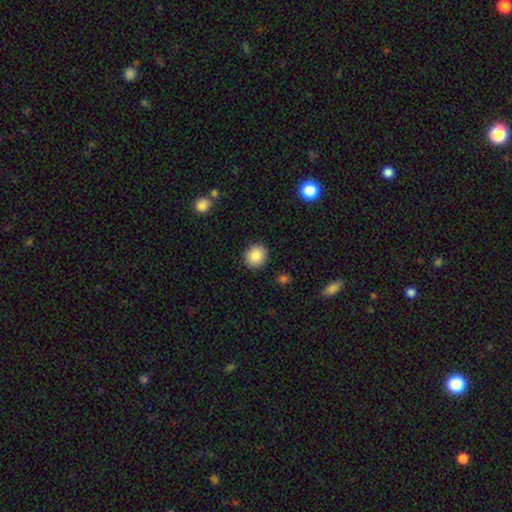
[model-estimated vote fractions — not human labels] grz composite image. It shows a smooth galaxy with no disk features (86%) that is round (89%). Merging: none (91%).